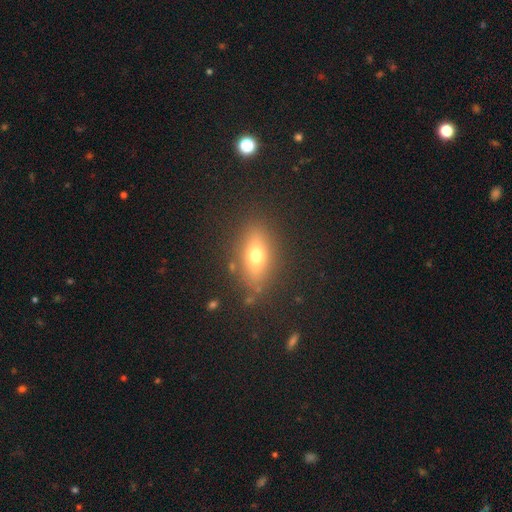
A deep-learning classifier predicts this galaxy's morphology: A smooth galaxy with no disk features (65%) that is in between round and cigar-shaped (73%). Merging: none (83%).